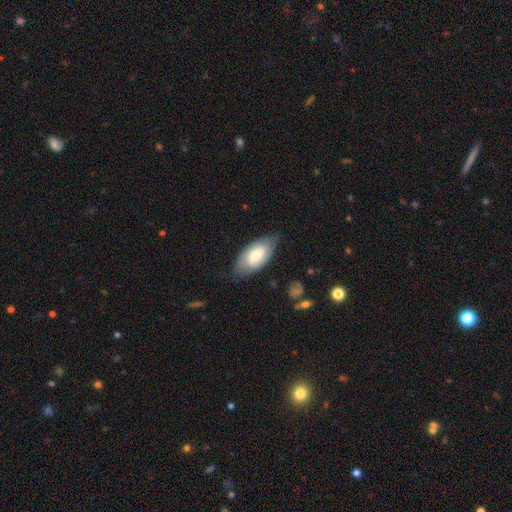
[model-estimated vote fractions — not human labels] This appears to be a smooth galaxy with no disk features (58%) that is in between round and cigar-shaped (92%). Merging: none (73%).